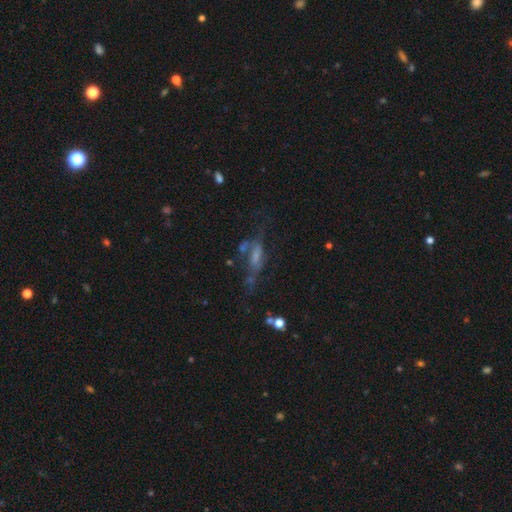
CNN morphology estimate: Q: Smooth or featured?
A: featured or disk (50%); runner-up: smooth (30%)
Q: Edge-on disk?
A: no (83%); runner-up: yes (17%)
Q: Merging?
A: major disturbance (35%); runner-up: none (34%)